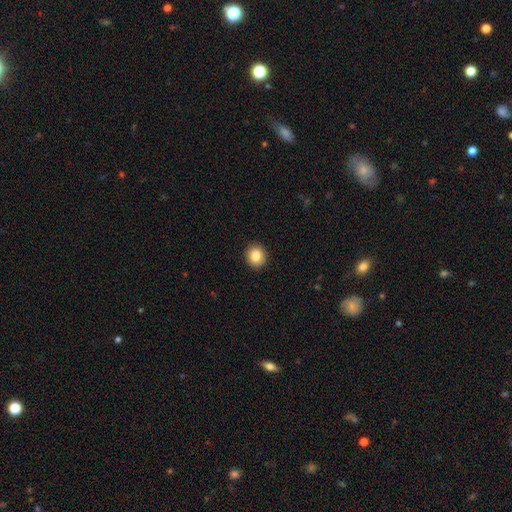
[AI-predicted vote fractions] smooth 86%, star or artifact 9%, featured or disk 6%. Down the decision tree: how rounded — round (82%); merging — none (92%).